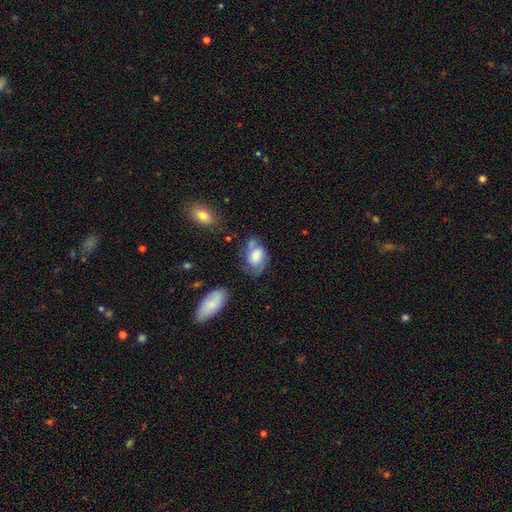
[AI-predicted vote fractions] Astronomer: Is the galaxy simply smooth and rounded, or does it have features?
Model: smooth — 57% (runner-up: featured or disk, 34%).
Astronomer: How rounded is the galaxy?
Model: in between — 79%.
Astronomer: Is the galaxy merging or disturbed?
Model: none — 39% (runner-up: minor disturbance, 29%).